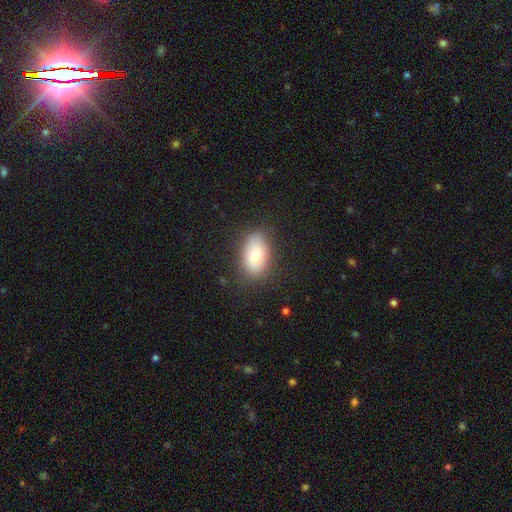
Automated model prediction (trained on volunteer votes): This is likely a smooth galaxy (73%). How rounded: clearly in between (88%). Merging: clearly none (82%).